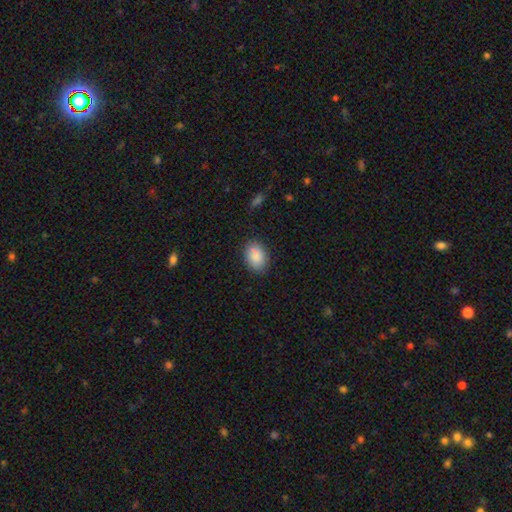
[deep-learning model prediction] Smooth or featured: smooth — 89% (star or artifact — 7%)
How rounded: in between — 83% (round — 16%)
Merging: none — 84% (minor disturbance — 11%)